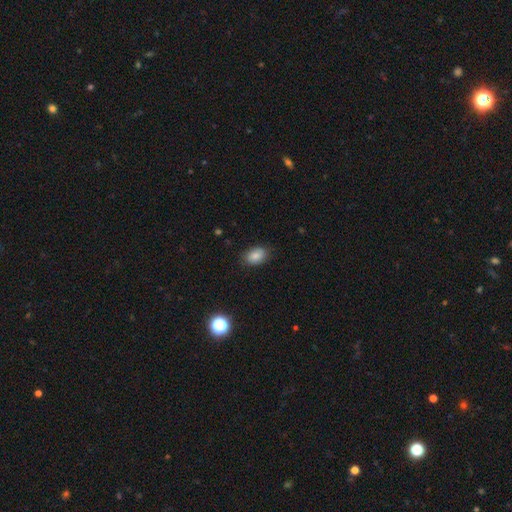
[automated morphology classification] Smooth or featured?
  - smooth: 85% *
  - star or artifact: 9%
  - featured or disk: 5%
How rounded?
  - in between: 83% *
  - round: 16%
  - cigar-shaped: 1%
Merging?
  - none: 83% *
  - minor disturbance: 13%
  - major disturbance: 3%
  - merger: 1%